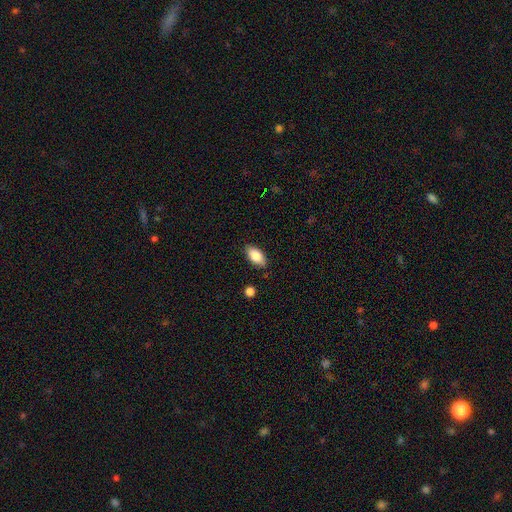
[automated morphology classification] Q: Smooth or featured?
A: smooth (83%); runner-up: featured or disk (10%)
Q: How rounded?
A: in between (92%); runner-up: cigar-shaped (5%)
Q: Merging?
A: none (85%); runner-up: minor disturbance (11%)